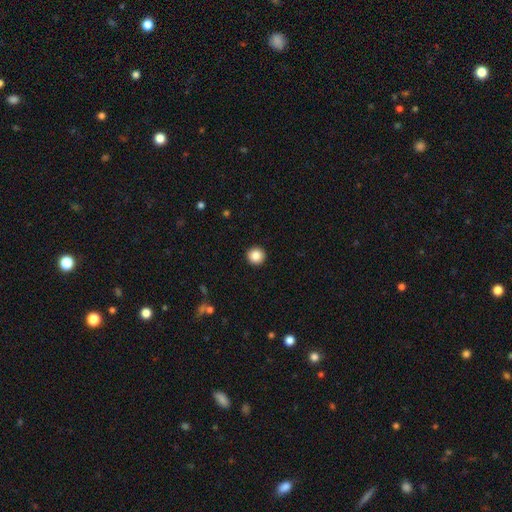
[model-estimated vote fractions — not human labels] Morphology: type=smooth (87%); roundness=round (95%); merging=none (93%).